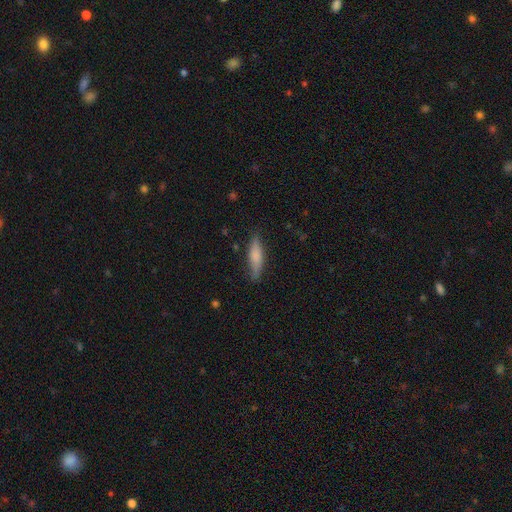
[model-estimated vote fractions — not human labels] Smooth or featured: smooth — 65% (featured or disk — 29%)
How rounded: cigar-shaped — 76% (in between — 22%)
Merging: none — 81% (minor disturbance — 15%)